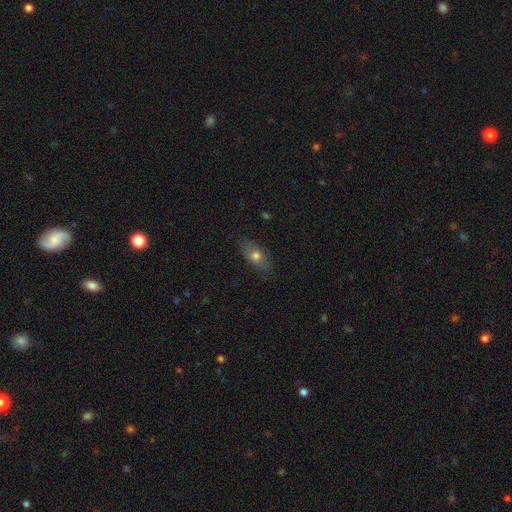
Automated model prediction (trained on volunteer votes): smooth_or_featured: smooth (p=0.68) [alt: featured or disk p=0.24]
how_rounded: in between (p=0.79) [alt: cigar-shaped p=0.13]
merging: none (p=0.83) [alt: minor disturbance p=0.13]